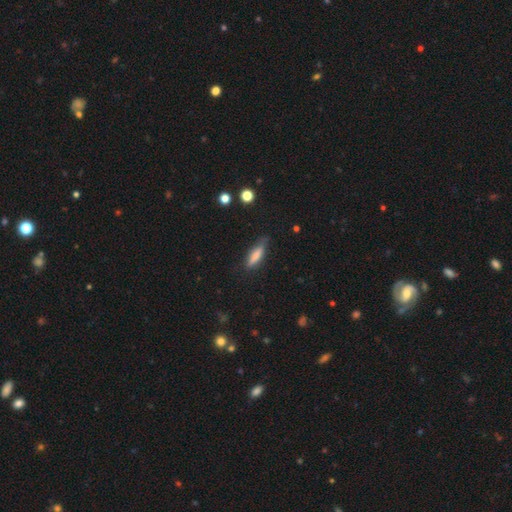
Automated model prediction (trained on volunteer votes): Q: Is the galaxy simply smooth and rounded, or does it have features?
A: smooth — 74%.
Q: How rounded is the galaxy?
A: cigar-shaped — 66%.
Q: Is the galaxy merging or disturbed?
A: none — 70%.